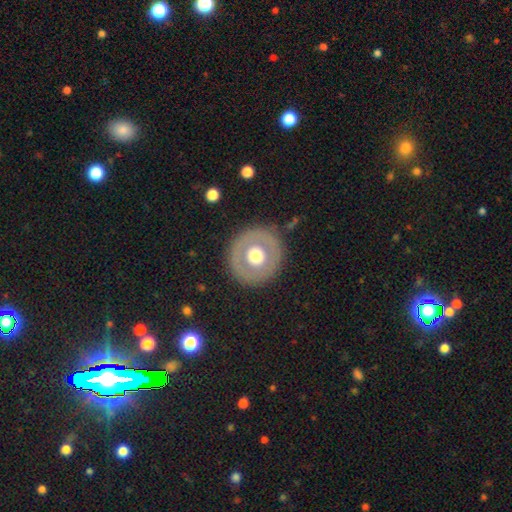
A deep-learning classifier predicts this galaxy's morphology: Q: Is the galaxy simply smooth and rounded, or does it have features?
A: smooth — 50%.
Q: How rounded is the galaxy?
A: round — 91%.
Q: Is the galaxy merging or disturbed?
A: none — 86%.